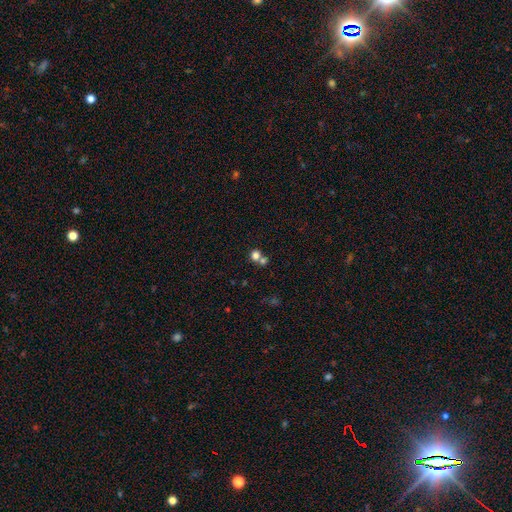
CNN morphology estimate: type=smooth (75%); roundness=round (82%); merging=none (47%).